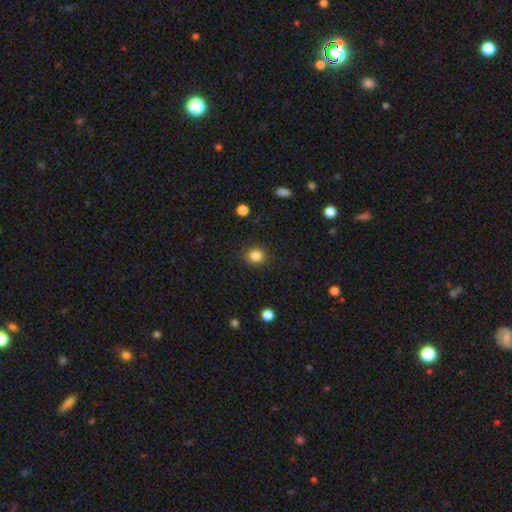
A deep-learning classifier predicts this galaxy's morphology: Overall: smooth (85%). How rounded: round (76%). Merging: none (89%).